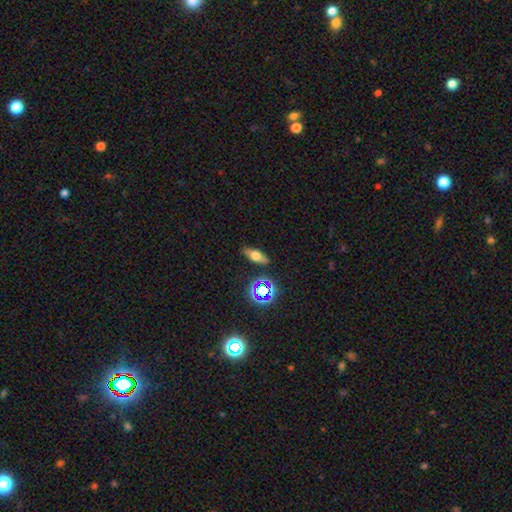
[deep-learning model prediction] The model was most divided on "smooth or featured": smooth: 54%, featured or disk: 30%, star or artifact: 16%. More confident: merging — none (83%); how rounded — in between (64%).